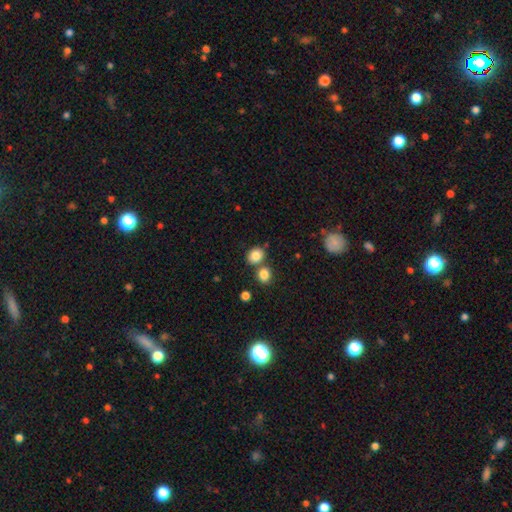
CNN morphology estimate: smooth 83%, star or artifact 10%, featured or disk 7%. Down the decision tree: how rounded — round (59%); merging — none (63%).